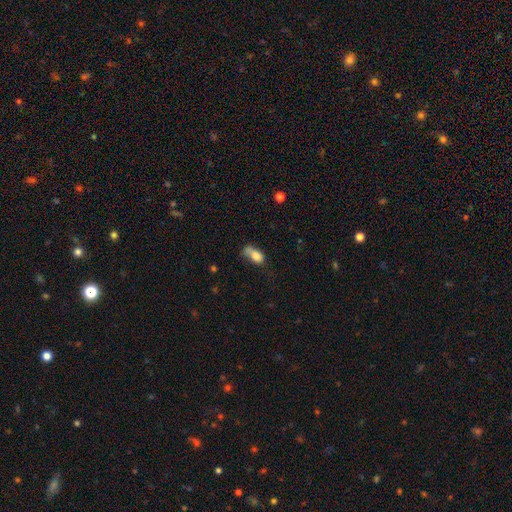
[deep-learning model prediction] smooth-or-featured: smooth: 77% | featured or disk: 13% | star or artifact: 10%
  how-rounded: in between: 85% | round: 9% | cigar-shaped: 6%
  merging: none: 29% | minor disturbance: 27% | major disturbance: 26% | merger: 19%